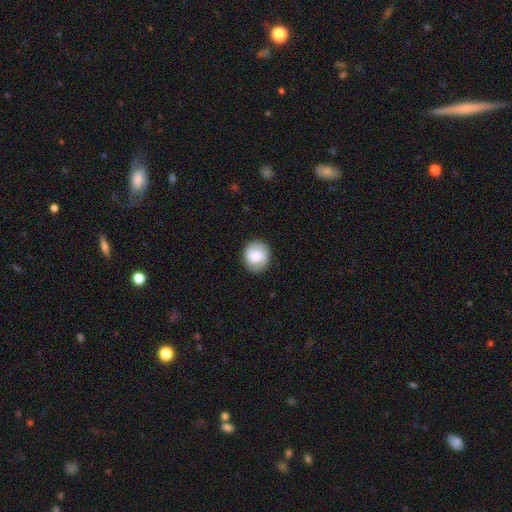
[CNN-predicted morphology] This is likely a smooth galaxy (64%). How rounded: clearly round (83%). Merging: clearly none (86%).